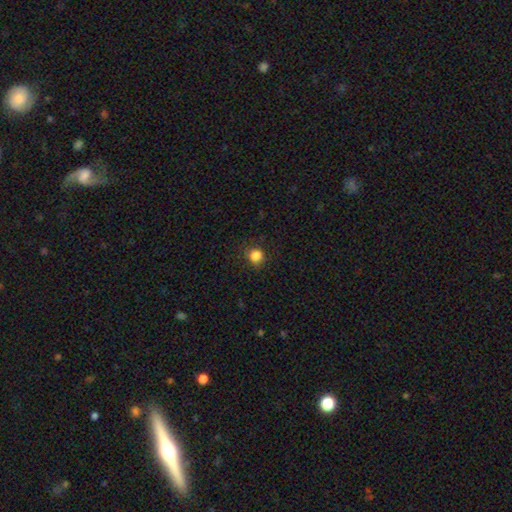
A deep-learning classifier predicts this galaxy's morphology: This appears to be a smooth galaxy with no disk features (85%) that is round (86%). Merging: none (85%).